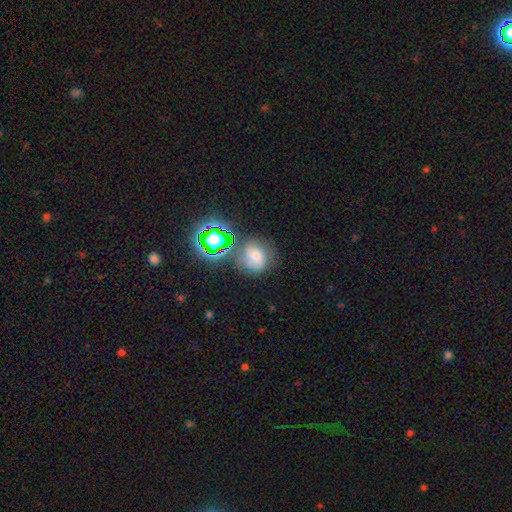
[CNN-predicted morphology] type=smooth (48%); merging=none (64%).